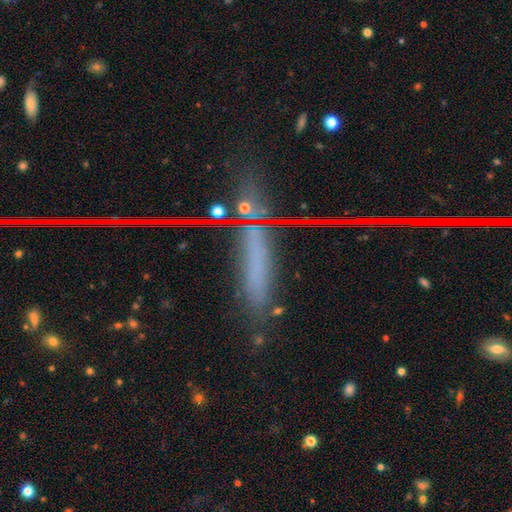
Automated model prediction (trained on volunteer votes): A smooth galaxy with no disk features (34%, tied with star or artifact).

Vote fractions:
- Smooth or featured? smooth: 34% (tied) / star or artifact: 34% (tied) / featured or disk: 32%
- Merging? none: 74% / minor disturbance: 15% / major disturbance: 6% / merger: 5%